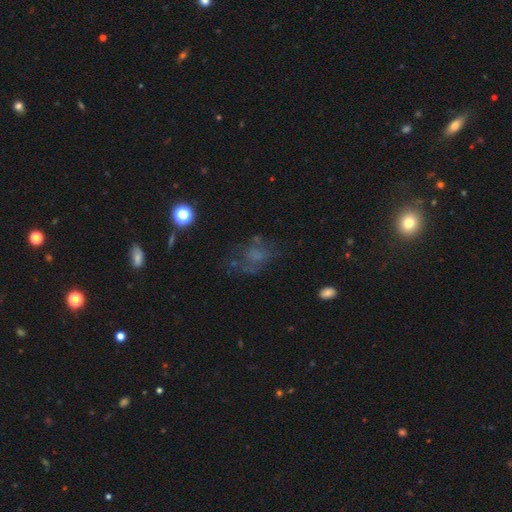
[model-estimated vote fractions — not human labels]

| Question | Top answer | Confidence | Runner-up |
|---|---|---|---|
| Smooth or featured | featured or disk | 41% | smooth (35%) |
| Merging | none | 47% | major disturbance (28%) |